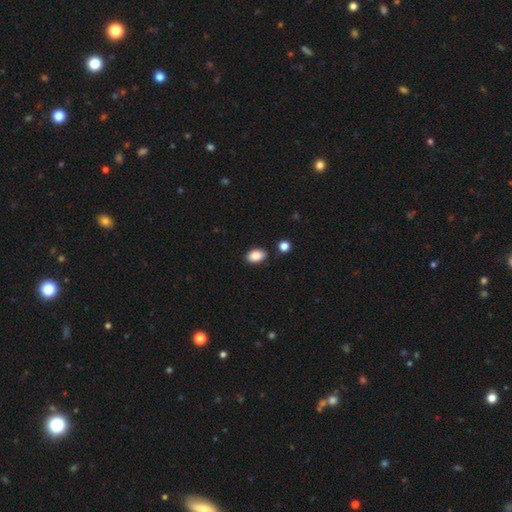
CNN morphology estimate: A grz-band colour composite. It shows a smooth galaxy with no disk features (87%) that is in between round and cigar-shaped (89%). Merging: none (85%).